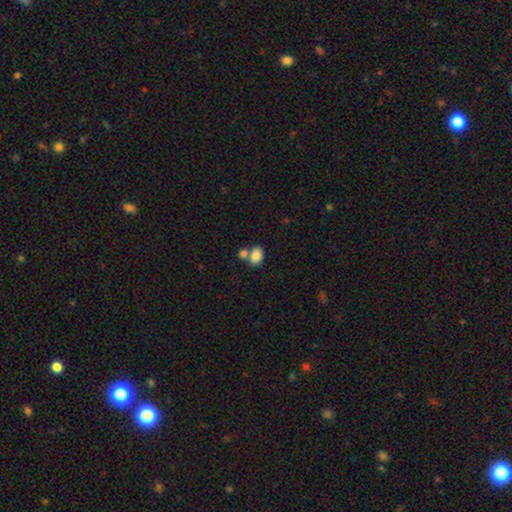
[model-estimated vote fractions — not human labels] This is clearly a smooth galaxy (85%). How rounded: likely in between (73%). Merging: possibly none (47%).